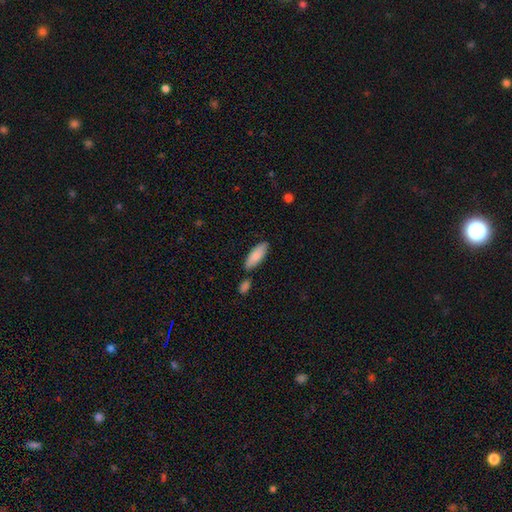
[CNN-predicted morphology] smooth-or-featured: smooth: 85% | featured or disk: 9% | star or artifact: 6%
  how-rounded: in between: 69% | cigar-shaped: 29% | round: 2%
  merging: none: 74% | minor disturbance: 14% | merger: 9% | major disturbance: 3%